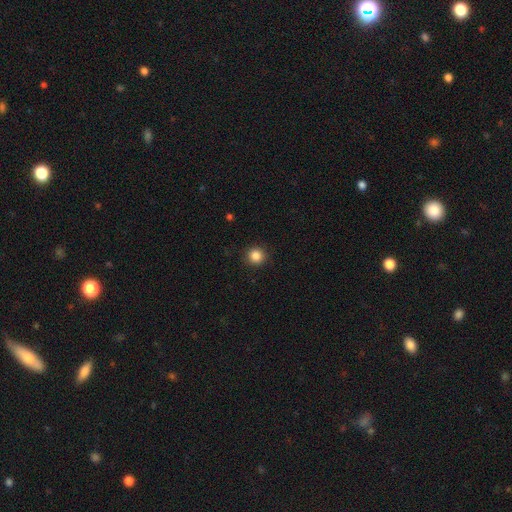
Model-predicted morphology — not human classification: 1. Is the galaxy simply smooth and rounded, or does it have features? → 85% smooth, 11% star or artifact, 4% featured or disk.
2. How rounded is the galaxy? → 94% round, 5% in between, 1% cigar-shaped.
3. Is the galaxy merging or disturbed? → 92% none, 5% minor disturbance, 2% major disturbance, 1% merger.